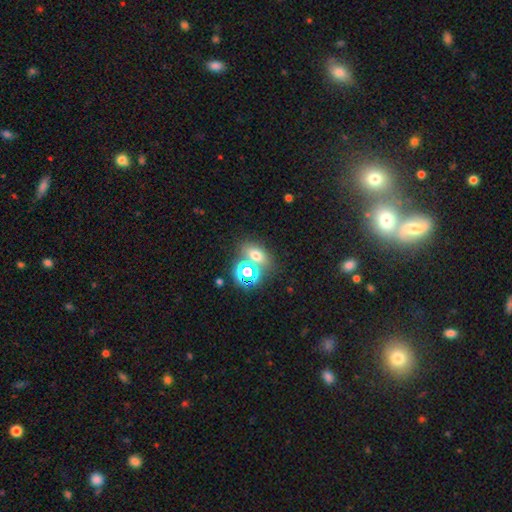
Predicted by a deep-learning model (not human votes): Q: Smooth or featured?
A: smooth (58%); runner-up: star or artifact (30%)
Q: How rounded?
A: in between (64%); runner-up: round (33%)
Q: Merging?
A: none (60%); runner-up: merger (25%)